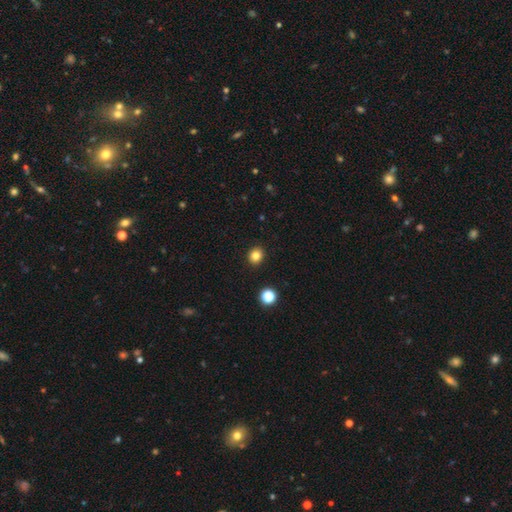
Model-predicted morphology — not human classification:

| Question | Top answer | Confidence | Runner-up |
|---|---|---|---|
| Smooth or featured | smooth | 82% | star or artifact (12%) |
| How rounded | round | 74% | in between (25%) |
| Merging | none | 91% | minor disturbance (6%) |